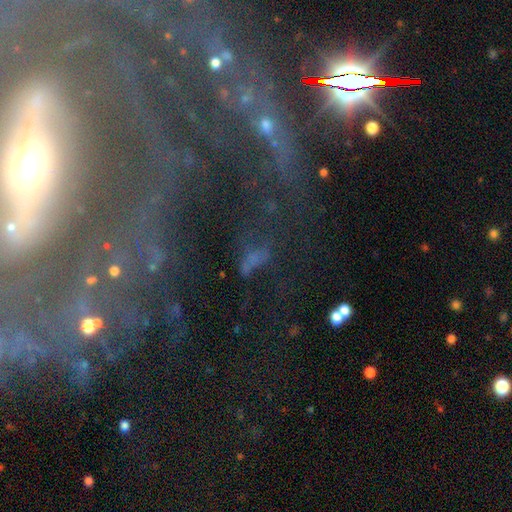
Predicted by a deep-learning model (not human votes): Smooth or featured: star or artifact — 45% (smooth — 33%)